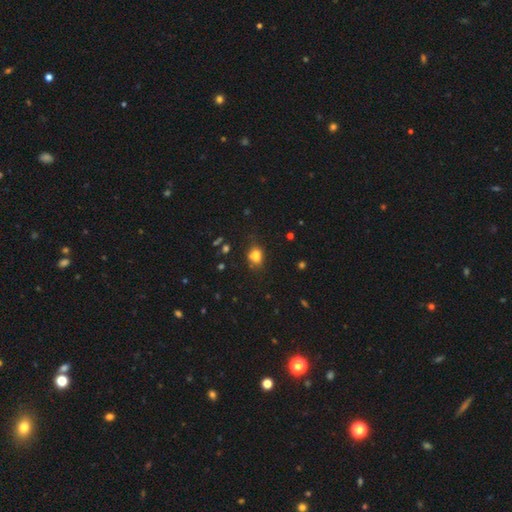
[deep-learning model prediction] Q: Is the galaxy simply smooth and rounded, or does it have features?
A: smooth — 70%.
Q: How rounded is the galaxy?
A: in between — 54%.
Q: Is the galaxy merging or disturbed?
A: none — 47%.